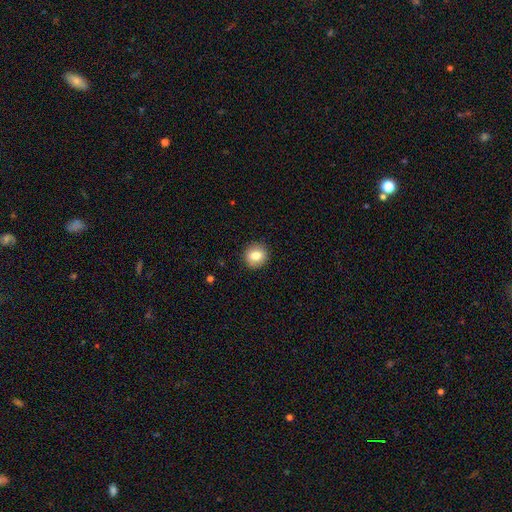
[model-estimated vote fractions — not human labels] smooth_or_featured: smooth (p=0.79) [alt: featured or disk p=0.12]
how_rounded: round (p=0.85) [alt: in between p=0.14]
merging: none (p=0.90) [alt: minor disturbance p=0.07]